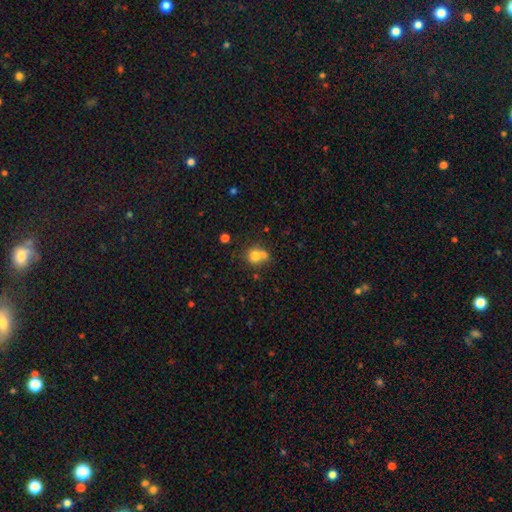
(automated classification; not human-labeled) Overall: smooth (75%). How rounded: round (79%). Merging: none (43%; merger 40%).